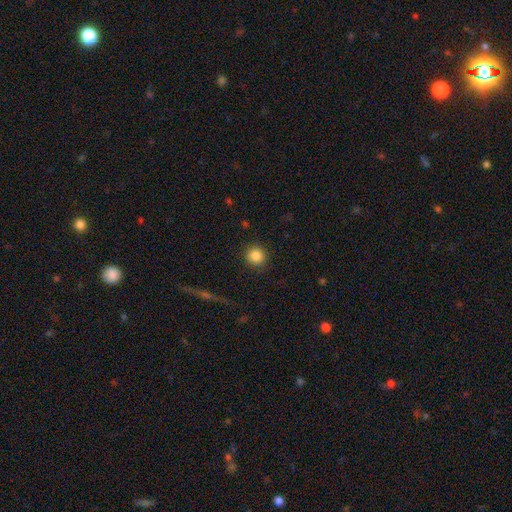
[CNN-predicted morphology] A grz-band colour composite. It shows a smooth galaxy with no disk features (85%) that is round (93%). Merging: none (91%).